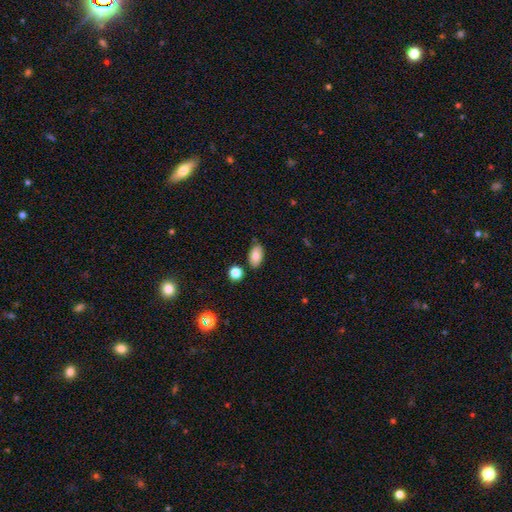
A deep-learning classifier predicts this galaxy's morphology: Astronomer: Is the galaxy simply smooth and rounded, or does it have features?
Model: smooth — 83%.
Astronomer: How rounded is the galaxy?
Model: in between — 92%.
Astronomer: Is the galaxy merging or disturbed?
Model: none — 82%.